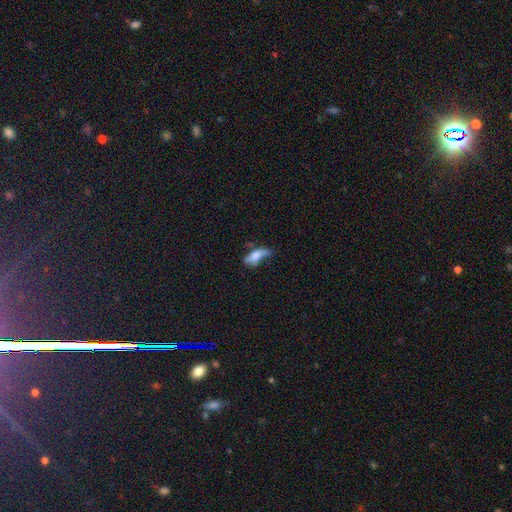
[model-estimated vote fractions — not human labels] Smooth or featured? Predicted: smooth (p=0.62). How rounded? Predicted: in between (p=0.64). Merging? Predicted: none (p=0.38).